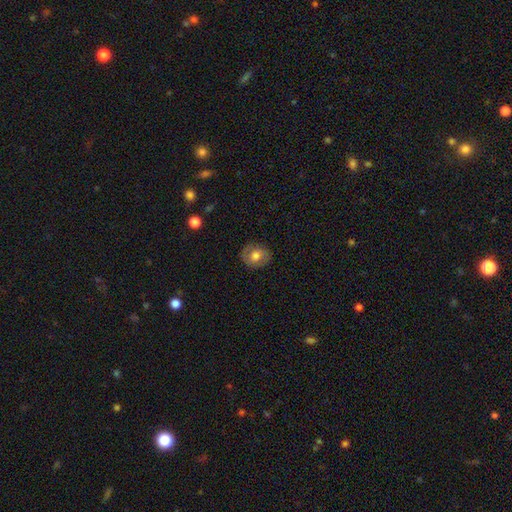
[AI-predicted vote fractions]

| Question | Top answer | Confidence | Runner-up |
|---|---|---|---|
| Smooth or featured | smooth | 66% | featured or disk (26%) |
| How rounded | round | 66% | in between (33%) |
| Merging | none | 83% | minor disturbance (12%) |